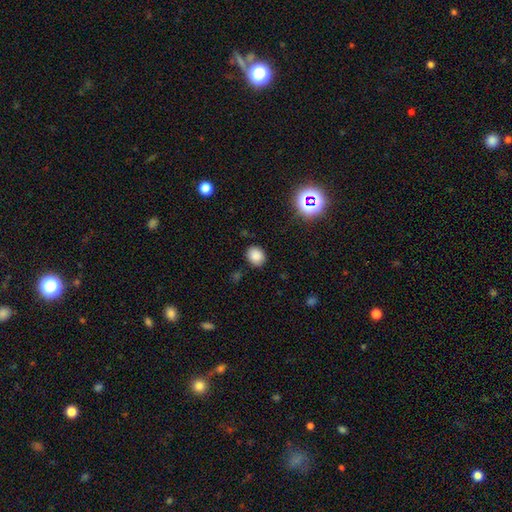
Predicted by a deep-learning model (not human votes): Smooth or featured?
  - smooth: 84% *
  - star or artifact: 12%
  - featured or disk: 4%
How rounded?
  - round: 64% *
  - in between: 35%
  - cigar-shaped: 1%
Merging?
  - none: 86% *
  - minor disturbance: 10%
  - major disturbance: 3%
  - merger: 2%